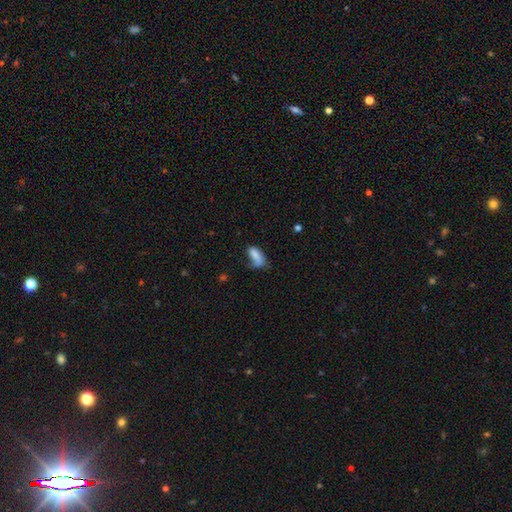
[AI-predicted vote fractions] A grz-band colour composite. It shows a smooth galaxy with no disk features (78%) that is in between round and cigar-shaped (86%). Merging: none (38%).